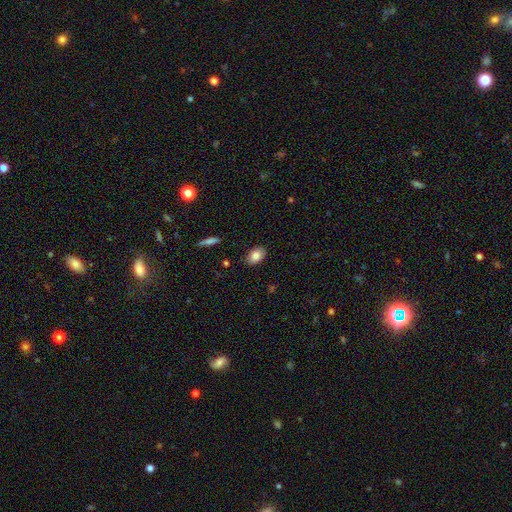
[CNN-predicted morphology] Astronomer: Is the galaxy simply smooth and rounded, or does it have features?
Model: smooth — 84%.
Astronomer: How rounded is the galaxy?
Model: in between — 87%.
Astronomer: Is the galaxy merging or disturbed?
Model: none — 87%.